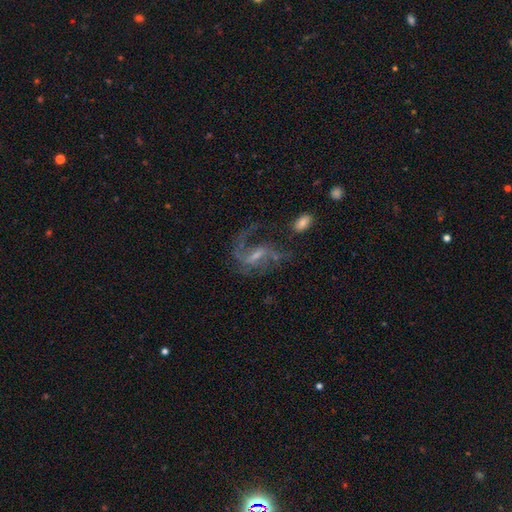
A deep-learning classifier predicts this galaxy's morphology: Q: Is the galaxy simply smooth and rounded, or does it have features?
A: featured or disk — 82%.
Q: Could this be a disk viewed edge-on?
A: no — 97%.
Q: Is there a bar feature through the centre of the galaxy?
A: weak — 54%.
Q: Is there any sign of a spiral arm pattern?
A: yes — 91%.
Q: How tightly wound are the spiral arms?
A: loose — 55%.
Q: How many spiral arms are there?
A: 2 — 49%.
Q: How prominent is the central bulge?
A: small — 55%.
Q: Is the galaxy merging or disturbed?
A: none — 42%.